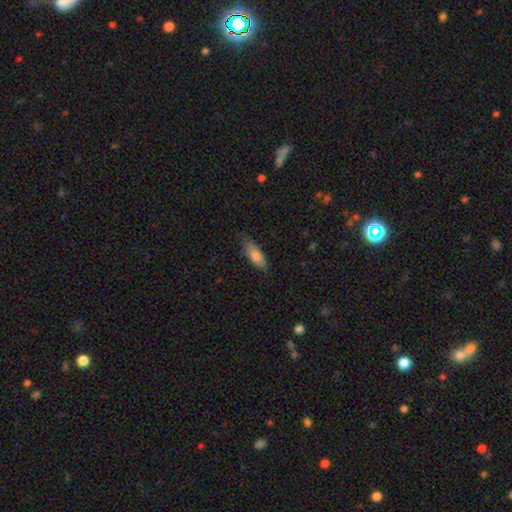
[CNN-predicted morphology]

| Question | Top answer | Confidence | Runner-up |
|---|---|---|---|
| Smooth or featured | smooth | 79% | featured or disk (15%) |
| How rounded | in between | 70% | cigar-shaped (28%) |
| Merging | none | 72% | minor disturbance (22%) |